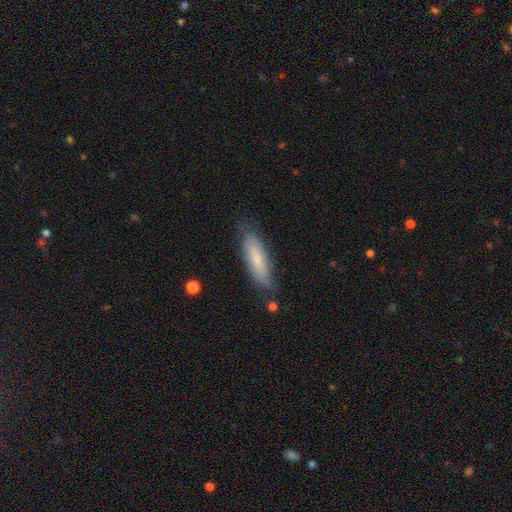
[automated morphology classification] The model was most divided on "how rounded": cigar-shaped: 62%, in between: 37%, round: 1%. More confident: merging — none (72%); smooth or featured — smooth (67%).